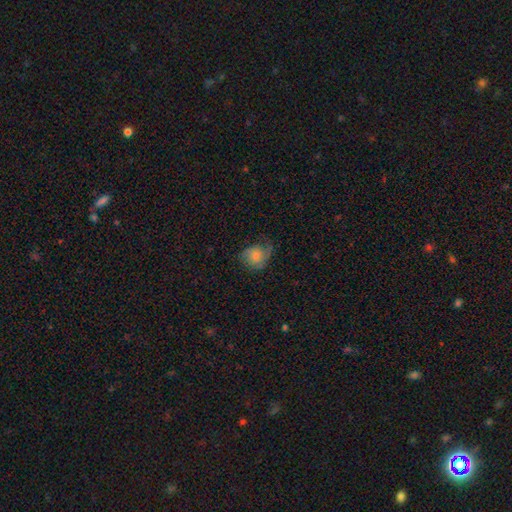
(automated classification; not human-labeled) Q: Smooth or featured?
A: smooth (63%); runner-up: featured or disk (28%)
Q: How rounded?
A: round (59%); runner-up: in between (41%)
Q: Merging?
A: none (47%); runner-up: minor disturbance (32%)